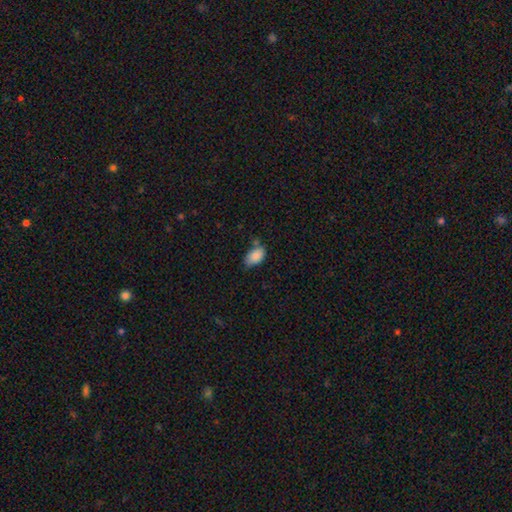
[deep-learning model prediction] Morphology: type=smooth (86%); roundness=in between (92%); merging=none (58%).